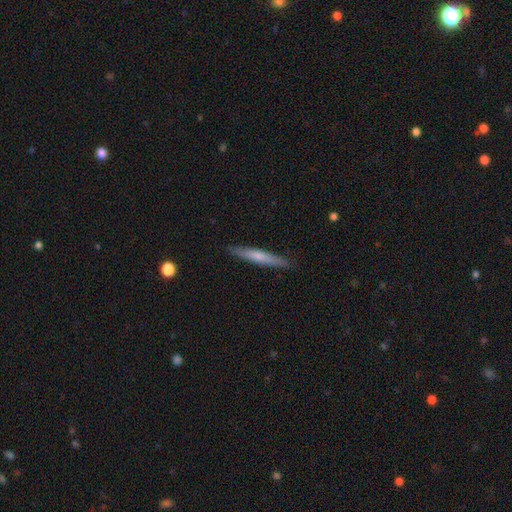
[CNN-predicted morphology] Smooth or featured? featured or disk (50%)
Edge-on disk? yes (95%)
Merging? none (91%)